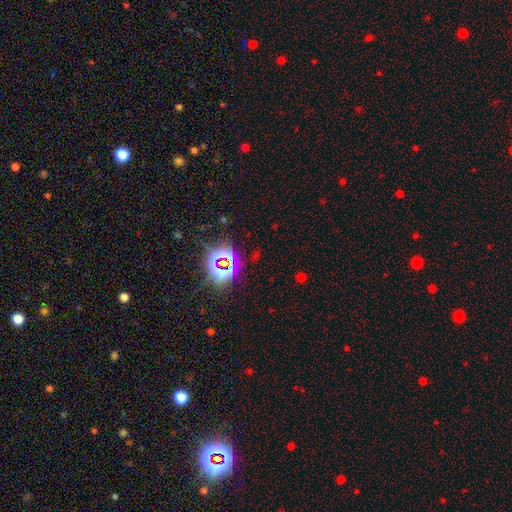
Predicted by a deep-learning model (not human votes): Q: Smooth or featured?
A: star or artifact (74%); runner-up: smooth (19%)